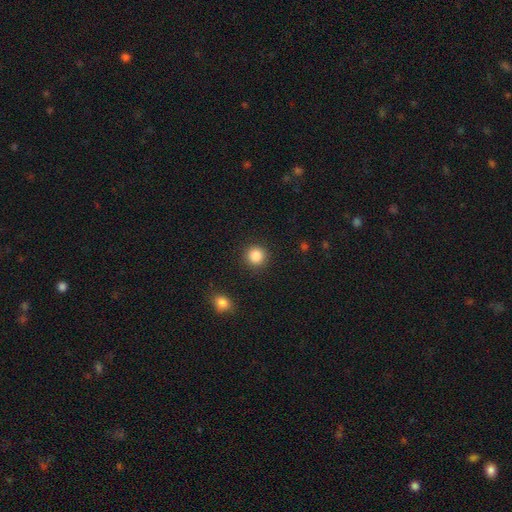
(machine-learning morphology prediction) Smooth or featured?
  - smooth: 86% *
  - star or artifact: 10%
  - featured or disk: 4%
How rounded?
  - round: 93% *
  - in between: 6%
  - cigar-shaped: 1%
Merging?
  - none: 91% *
  - minor disturbance: 6%
  - major disturbance: 2%
  - merger: 2%